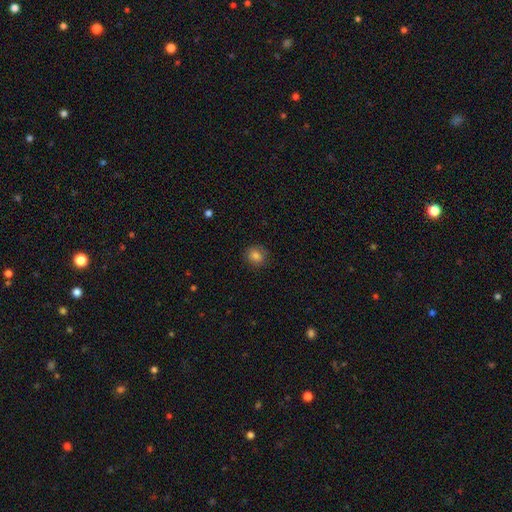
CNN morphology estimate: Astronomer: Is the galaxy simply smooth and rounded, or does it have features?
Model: smooth — 83%.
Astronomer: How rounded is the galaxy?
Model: round — 79%.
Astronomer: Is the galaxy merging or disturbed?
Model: none — 87%.